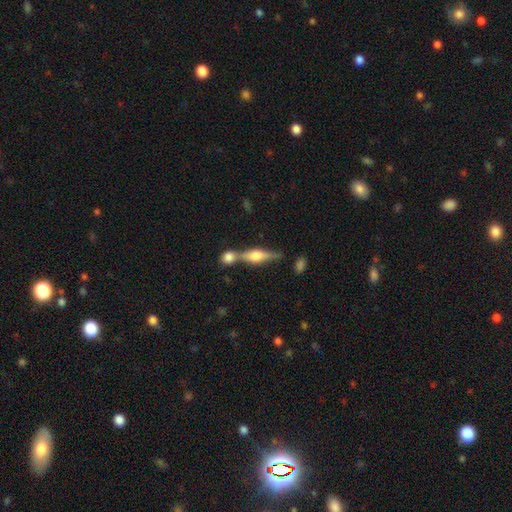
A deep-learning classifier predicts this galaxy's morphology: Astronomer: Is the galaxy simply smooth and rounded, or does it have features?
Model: featured or disk — 61%.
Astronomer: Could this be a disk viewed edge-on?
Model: yes — 93%.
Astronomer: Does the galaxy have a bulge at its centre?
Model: rounded — 83%.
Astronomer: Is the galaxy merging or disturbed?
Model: none — 49% (runner-up: merger, 38%).